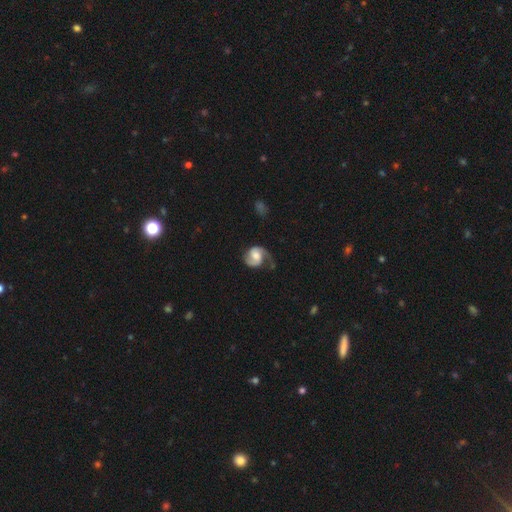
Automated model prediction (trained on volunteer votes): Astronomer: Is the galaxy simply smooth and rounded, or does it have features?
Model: featured or disk — 79%.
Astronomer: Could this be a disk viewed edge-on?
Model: no — 98%.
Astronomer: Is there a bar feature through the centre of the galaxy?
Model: no — 48% (runner-up: weak, 41%).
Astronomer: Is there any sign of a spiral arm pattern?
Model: yes — 96%.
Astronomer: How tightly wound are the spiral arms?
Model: medium — 47% (runner-up: loose, 28%).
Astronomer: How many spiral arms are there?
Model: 2 — 69%.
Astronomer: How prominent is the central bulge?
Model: moderate — 43% (runner-up: large, 25%).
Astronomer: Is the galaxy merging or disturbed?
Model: none — 55%.